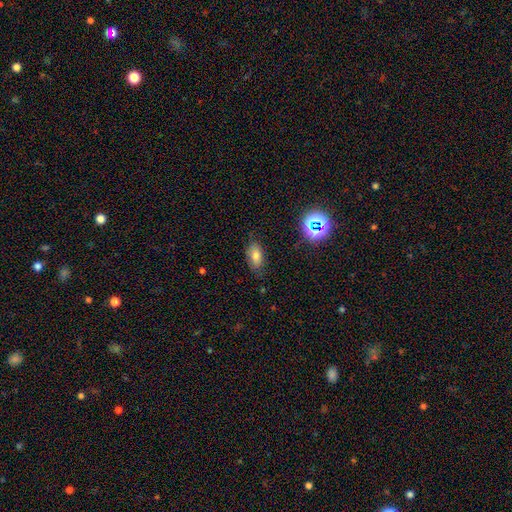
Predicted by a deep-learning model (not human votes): The model was most divided on "merging": none: 75%, minor disturbance: 19%, major disturbance: 5%, merger: 2%. More confident: how rounded — in between (90%); smooth or featured — smooth (72%).